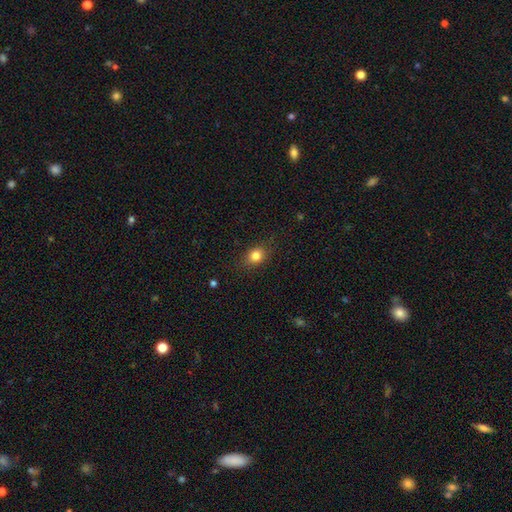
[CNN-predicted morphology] This appears to be a smooth galaxy with no disk features (82%) that is round (52%). Merging: none (84%).